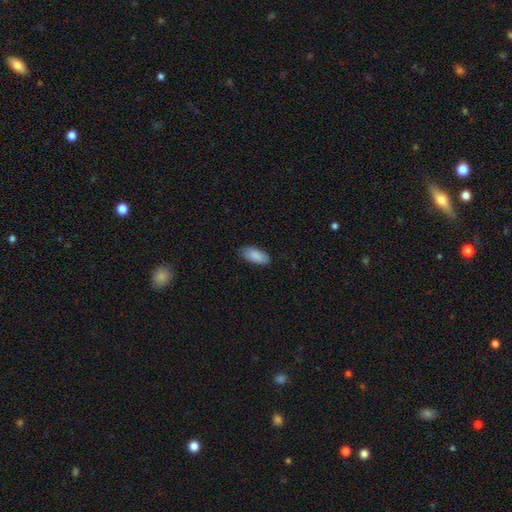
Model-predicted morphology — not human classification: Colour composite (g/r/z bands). It shows a smooth galaxy with no disk features (89%) that is in between round and cigar-shaped (89%). Merging: none (84%).